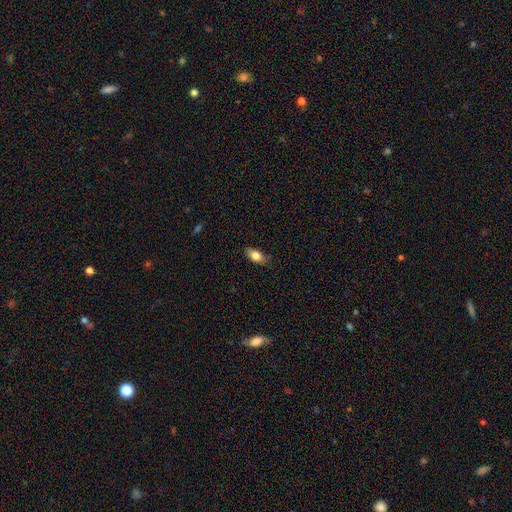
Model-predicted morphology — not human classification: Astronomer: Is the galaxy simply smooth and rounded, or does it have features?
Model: smooth — 80%.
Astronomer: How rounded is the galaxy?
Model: in between — 86%.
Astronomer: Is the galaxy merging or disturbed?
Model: none — 82%.